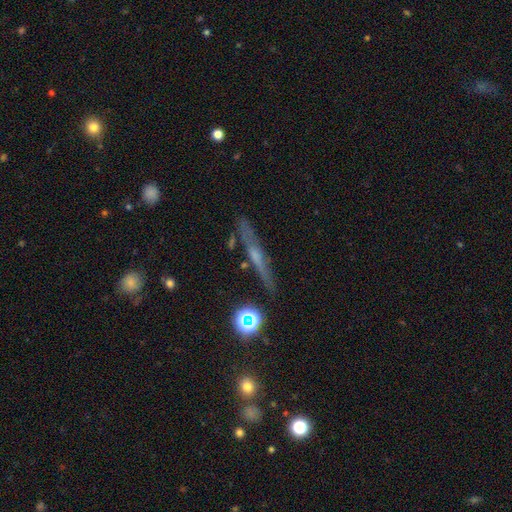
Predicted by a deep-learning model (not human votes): smooth-or-featured: featured or disk: 61% | smooth: 21% | star or artifact: 18%
  disk-edge-on: yes: 89% | no: 11%
    edge-on-bulge: rounded: 72% | none: 20% | boxy: 7%
  merging: none: 78% | minor disturbance: 12% | major disturbance: 5% | merger: 4%